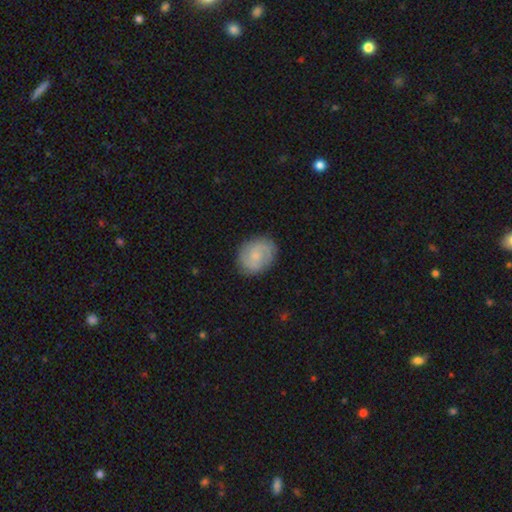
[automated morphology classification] Q: Smooth or featured?
A: featured or disk (57%); runner-up: smooth (36%)
Q: Edge-on disk?
A: no (98%); runner-up: yes (2%)
Q: Bar?
A: no (58%); runner-up: weak (37%)
Q: Spiral arms?
A: yes (90%); runner-up: no (10%)
Q: Spiral winding?
A: tight (45%); runner-up: medium (42%)
Q: Spiral arm count?
A: 2 (76%); runner-up: can't tell (13%)
Q: Bulge size?
A: small (53%); runner-up: moderate (27%)
Q: Merging?
A: none (84%); runner-up: minor disturbance (12%)